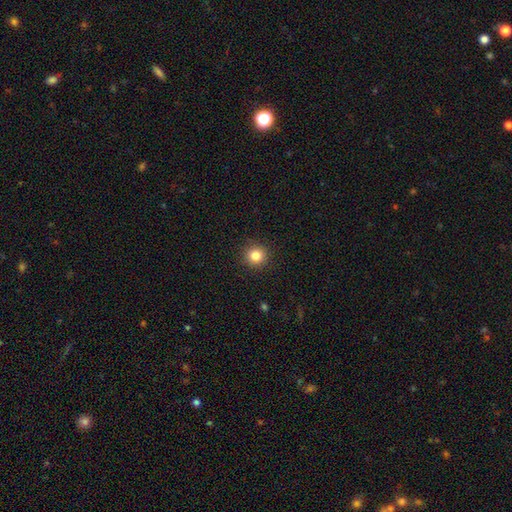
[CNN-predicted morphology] Q: Smooth or featured?
A: smooth (84%); runner-up: star or artifact (11%)
Q: How rounded?
A: round (94%); runner-up: in between (5%)
Q: Merging?
A: none (92%); runner-up: minor disturbance (5%)